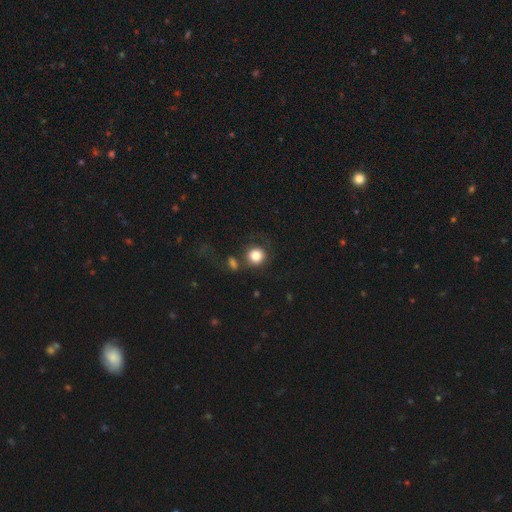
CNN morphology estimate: smooth_or_featured: smooth (p=0.84) [alt: star or artifact p=0.08]
how_rounded: round (p=0.89) [alt: in between p=0.10]
merging: none (p=0.58) [alt: merger p=0.16]